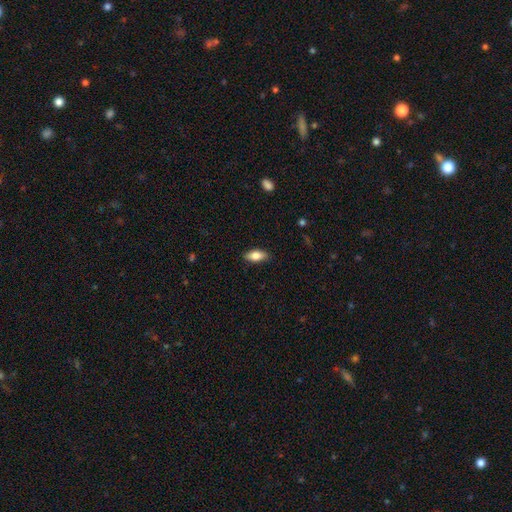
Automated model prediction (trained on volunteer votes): Smooth or featured? Predicted: smooth (p=0.81). How rounded? Predicted: in between (p=0.85). Merging? Predicted: none (p=0.87).